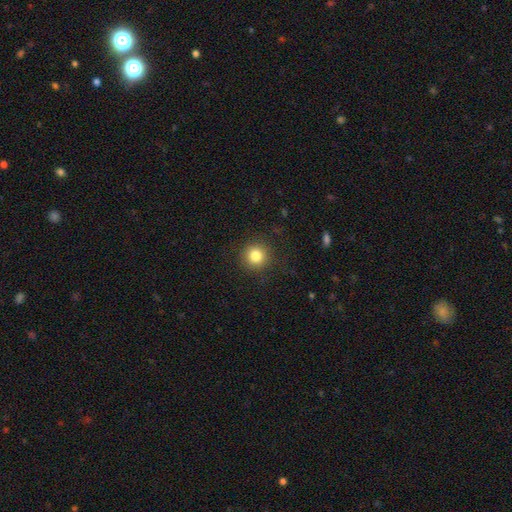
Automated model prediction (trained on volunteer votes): This appears to be a smooth galaxy with no disk features (83%) that is round (94%). Merging: none (90%).